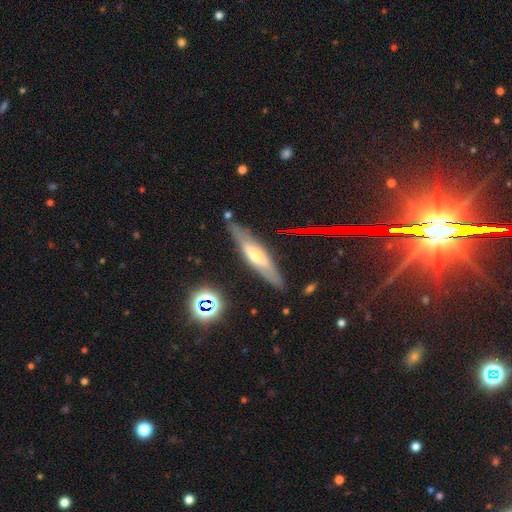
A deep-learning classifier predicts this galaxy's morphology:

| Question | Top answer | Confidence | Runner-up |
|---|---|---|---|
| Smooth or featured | featured or disk | 58% | smooth (33%) |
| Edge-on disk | yes | 80% | no (20%) |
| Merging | none | 83% | minor disturbance (12%) |